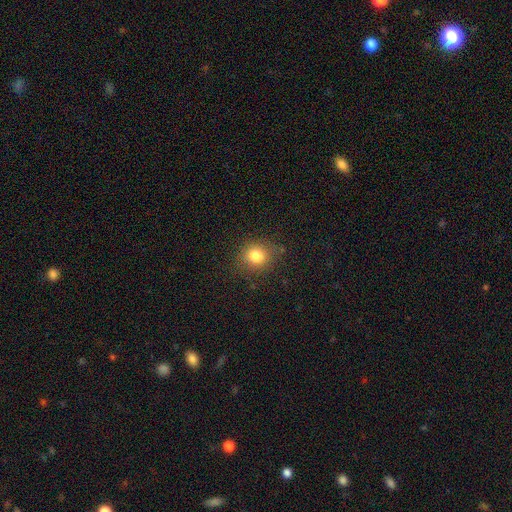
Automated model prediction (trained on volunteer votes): smooth_or_featured: smooth (p=0.81) [alt: star or artifact p=0.12]
how_rounded: round (p=0.80) [alt: in between p=0.19]
merging: none (p=0.83) [alt: minor disturbance p=0.12]